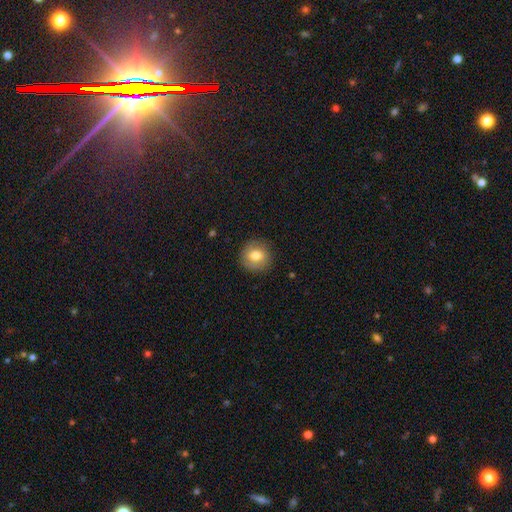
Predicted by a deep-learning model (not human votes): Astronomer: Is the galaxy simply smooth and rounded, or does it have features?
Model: smooth — 75%.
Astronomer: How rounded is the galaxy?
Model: round — 88%.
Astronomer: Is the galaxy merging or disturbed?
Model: none — 87%.